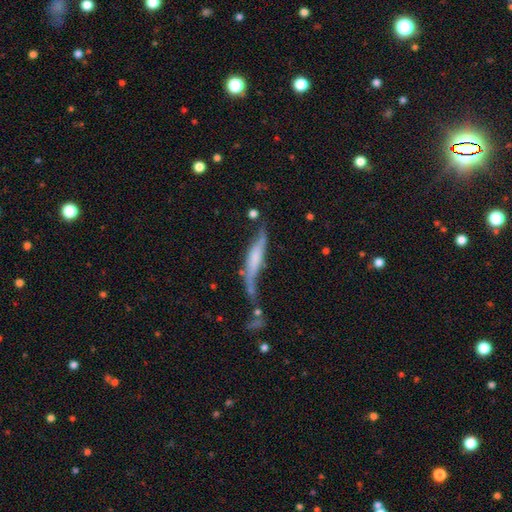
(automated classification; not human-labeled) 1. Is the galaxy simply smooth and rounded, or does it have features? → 54% featured or disk, 37% smooth, 9% star or artifact.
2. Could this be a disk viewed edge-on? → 68% yes, 32% no.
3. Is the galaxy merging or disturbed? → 32% none, 25% major disturbance, 25% minor disturbance, 18% merger.